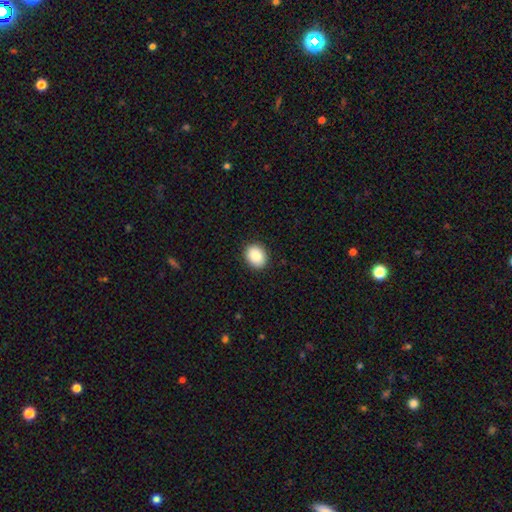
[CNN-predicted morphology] This appears to be a smooth galaxy with no disk features (89%) that is in between round and cigar-shaped (54%). Merging: none (91%).